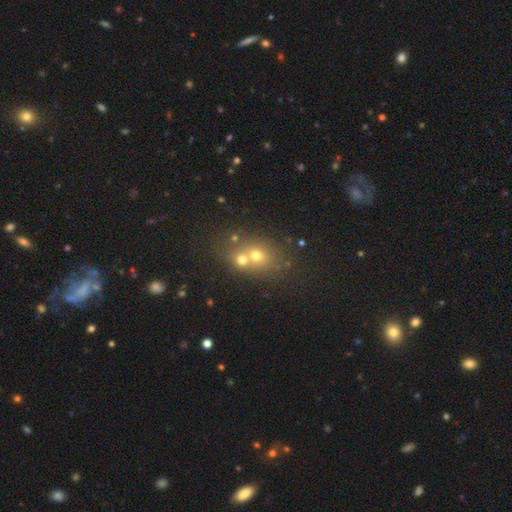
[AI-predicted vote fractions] The model was most divided on "merging": merger: 48%, none: 41%, minor disturbance: 7%, major disturbance: 4%. More confident: how rounded — round (65%); smooth or featured — smooth (54%).